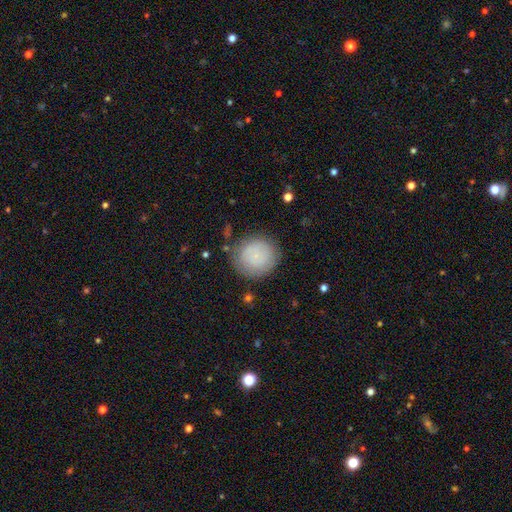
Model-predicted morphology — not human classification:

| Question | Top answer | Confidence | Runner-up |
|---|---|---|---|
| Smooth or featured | smooth | 70% | featured or disk (22%) |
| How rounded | round | 91% | in between (8%) |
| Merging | none | 80% | minor disturbance (13%) |